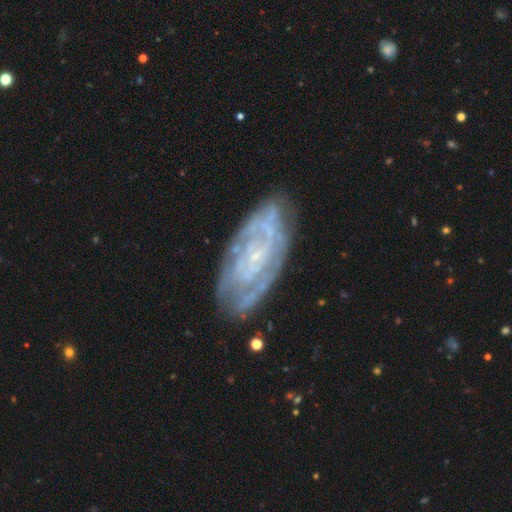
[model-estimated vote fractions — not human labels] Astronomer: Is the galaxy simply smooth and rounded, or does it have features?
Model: featured or disk — 83%.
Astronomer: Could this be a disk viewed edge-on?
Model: no — 93%.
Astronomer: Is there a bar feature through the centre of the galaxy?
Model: no — 62%.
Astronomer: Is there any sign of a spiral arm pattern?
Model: yes — 86%.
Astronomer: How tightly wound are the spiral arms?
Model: tight — 70%.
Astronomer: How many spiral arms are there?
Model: can't tell — 48%.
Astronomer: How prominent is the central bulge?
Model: small — 79%.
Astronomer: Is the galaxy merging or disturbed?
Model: none — 73%.